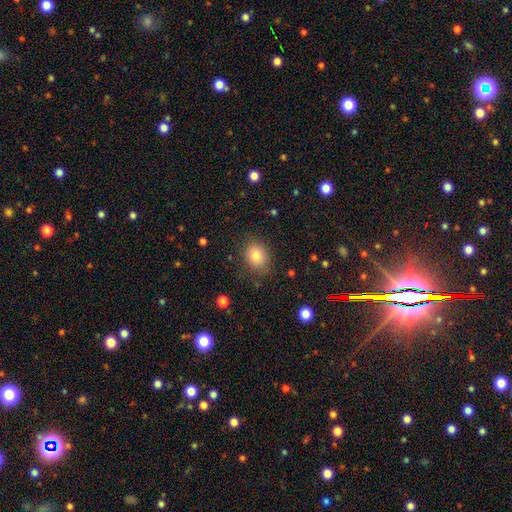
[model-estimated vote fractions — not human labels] Smooth or featured: smooth — 82% (star or artifact — 10%)
How rounded: round — 51% (in between — 48%)
Merging: none — 82% (minor disturbance — 13%)